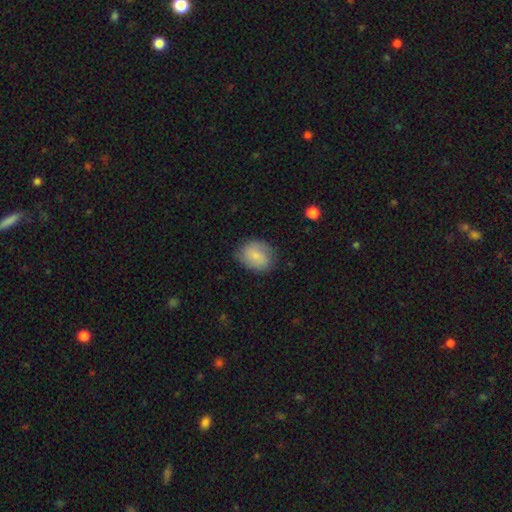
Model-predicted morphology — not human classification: smooth-or-featured: smooth: 73% | featured or disk: 21% | star or artifact: 7%
  how-rounded: in between: 51% | round: 48% | cigar-shaped: 1%
  merging: none: 74% | minor disturbance: 20% | major disturbance: 5% | merger: 1%